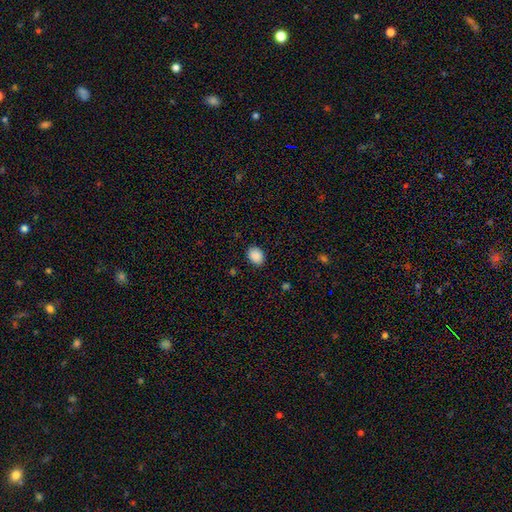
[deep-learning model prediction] This is clearly a smooth galaxy (89%). How rounded: possibly in between (58%). Merging: clearly none (88%).